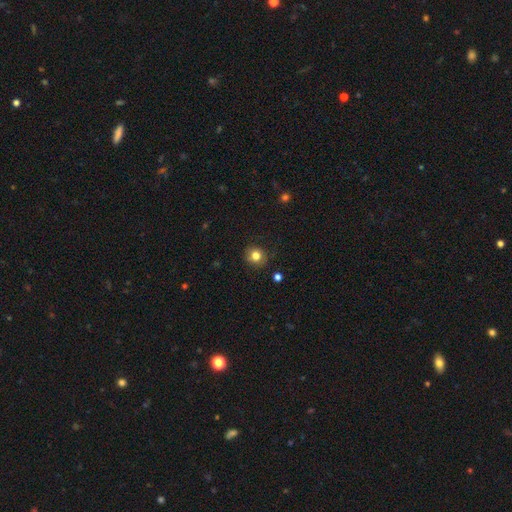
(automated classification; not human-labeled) Overall: smooth (81%). How rounded: round (86%). Merging: none (87%).